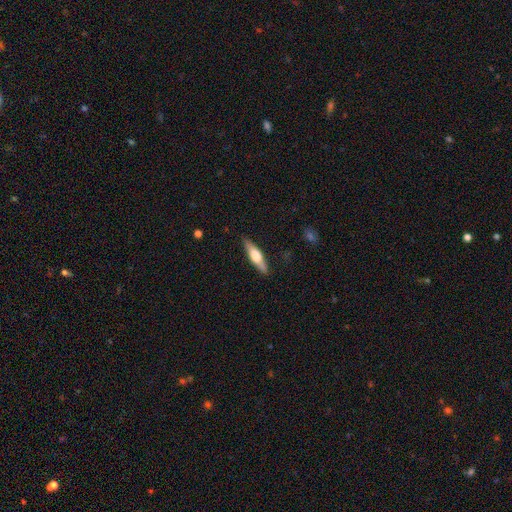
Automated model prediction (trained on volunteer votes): This appears to be a featured or disk galaxy (49%). Merging: none (87%).